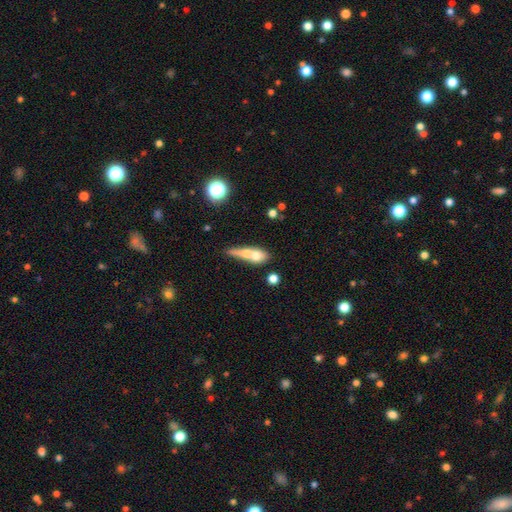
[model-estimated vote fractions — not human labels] Smooth or featured? Predicted: smooth (p=0.58). How rounded? Predicted: cigar-shaped (p=0.44). Merging? Predicted: merger (p=0.56).